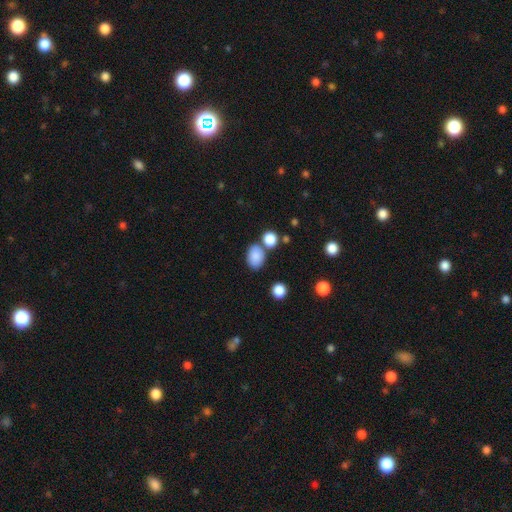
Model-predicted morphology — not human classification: Q: Smooth or featured?
A: smooth (86%); runner-up: star or artifact (9%)
Q: How rounded?
A: in between (76%); runner-up: round (23%)
Q: Merging?
A: none (67%); runner-up: merger (16%)